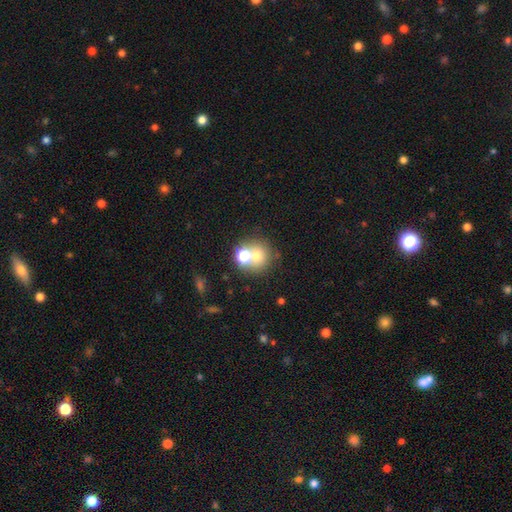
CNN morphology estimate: The model was most divided on "merging": none: 52%, merger: 36%, minor disturbance: 8%, major disturbance: 4%. More confident: how rounded — round (87%); smooth or featured — smooth (67%).